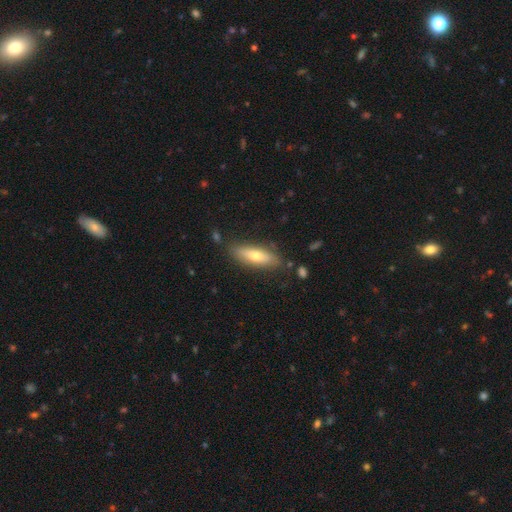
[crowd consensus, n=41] Q: Smooth or featured?
A: smooth (59%); runner-up: featured or disk (37%)
Q: How rounded?
A: cigar-shaped (58%); runner-up: in between (33%)
Q: Merging?
A: none (82%); runner-up: minor disturbance (8%)